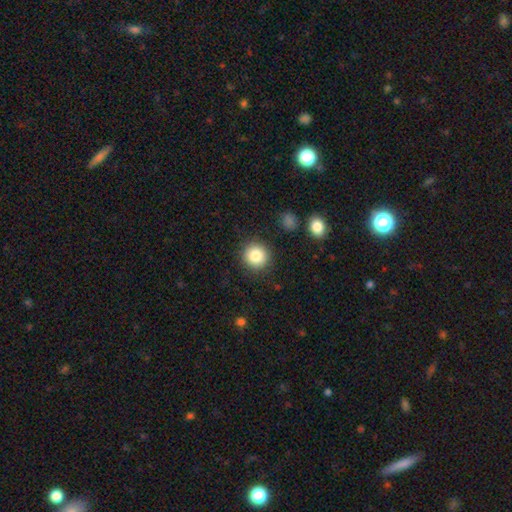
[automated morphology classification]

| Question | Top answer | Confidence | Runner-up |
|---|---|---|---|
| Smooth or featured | smooth | 84% | star or artifact (10%) |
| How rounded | round | 93% | in between (6%) |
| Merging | none | 89% | minor disturbance (7%) |